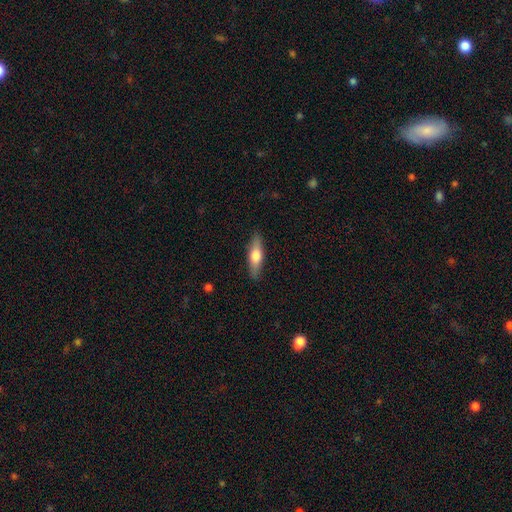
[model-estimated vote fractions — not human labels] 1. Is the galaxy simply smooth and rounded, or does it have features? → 56% smooth, 38% featured or disk, 6% star or artifact.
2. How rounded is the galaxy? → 56% cigar-shaped, 42% in between, 3% round.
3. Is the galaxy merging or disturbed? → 88% none, 9% minor disturbance, 2% major disturbance, 1% merger.